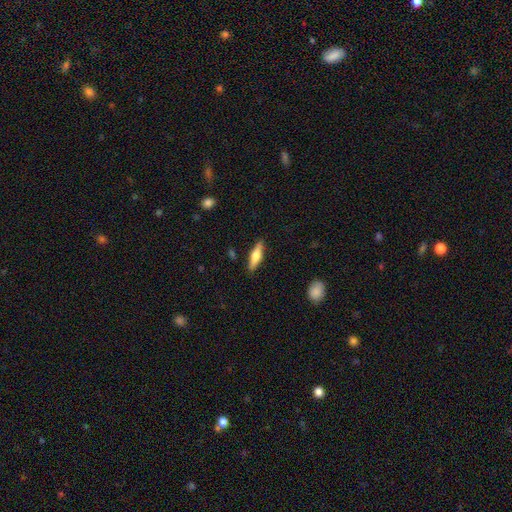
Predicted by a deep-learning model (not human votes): This is possibly a smooth galaxy (52%). How rounded: likely cigar-shaped (65%). Merging: clearly none (87%).